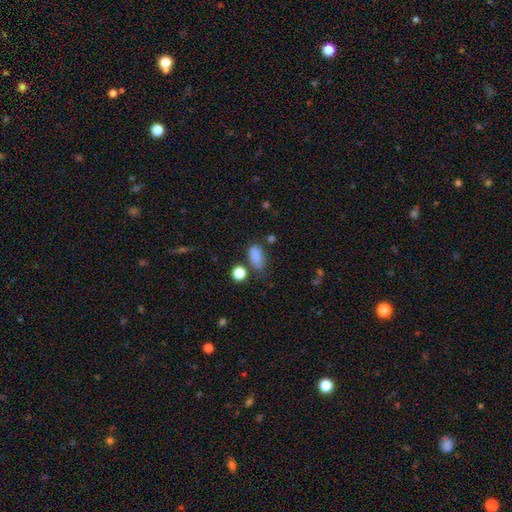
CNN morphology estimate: A smooth galaxy with no disk features (82%) that is in between round and cigar-shaped (84%).

Vote fractions:
- Smooth or featured? smooth: 82% / star or artifact: 12% / featured or disk: 6%
- How rounded? in between: 84% / round: 10% / cigar-shaped: 6%
- Merging? none: 55% / minor disturbance: 27% / major disturbance: 11% / merger: 7%